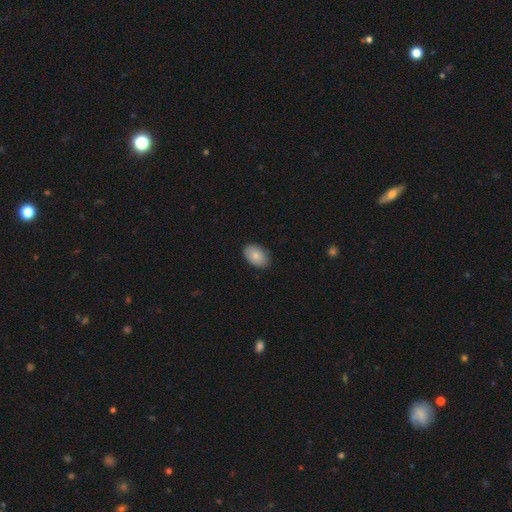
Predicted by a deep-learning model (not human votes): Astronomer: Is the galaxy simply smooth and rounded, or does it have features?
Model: smooth — 84%.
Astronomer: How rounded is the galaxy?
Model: in between — 91%.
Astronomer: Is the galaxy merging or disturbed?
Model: none — 87%.